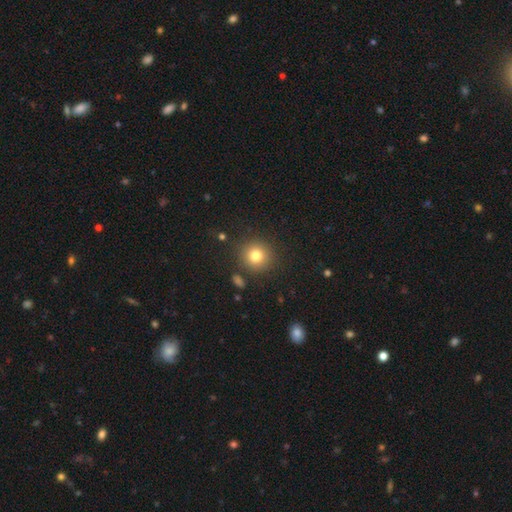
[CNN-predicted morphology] The model was most divided on "smooth or featured": smooth: 79%, star or artifact: 12%, featured or disk: 8%. More confident: how rounded — round (93%); merging — none (88%).